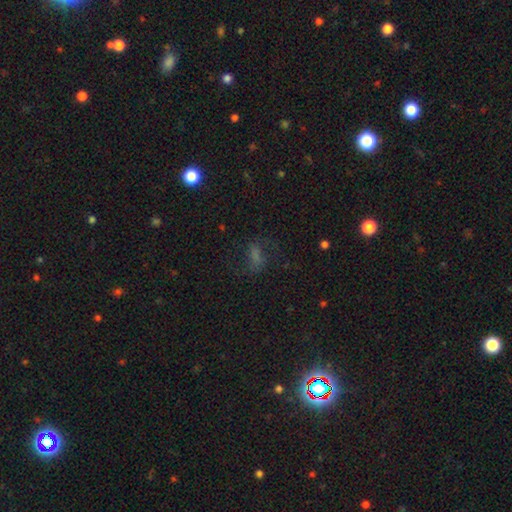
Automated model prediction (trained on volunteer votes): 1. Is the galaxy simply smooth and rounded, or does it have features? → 41% smooth, 32% star or artifact, 26% featured or disk.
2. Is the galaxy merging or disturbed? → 63% none, 18% minor disturbance, 17% major disturbance, 2% merger.